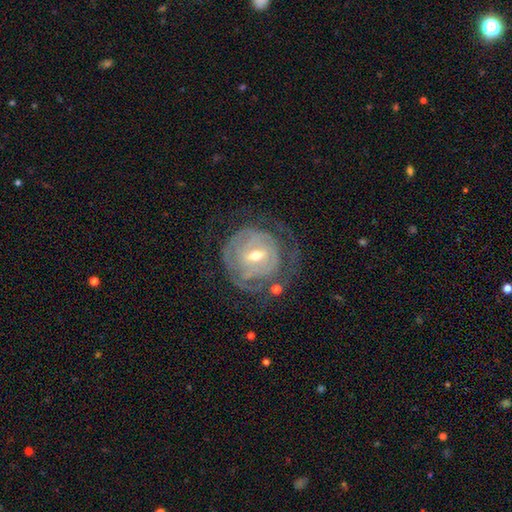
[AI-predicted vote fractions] smooth-or-featured: featured or disk: 80% | smooth: 14% | star or artifact: 6%
  disk-edge-on: no: 96% | yes: 4%
    bar: weak: 52% | no: 25% | strong: 22%
    has-spiral-arms: yes: 79% | no: 21%
      spiral-winding: tight: 70% | medium: 21% | loose: 9%
      spiral-arm-count: can't tell: 49% | 2: 25% | 3: 10% | 1: 8% | 4: 5% | more than 4: 4%
    bulge-size: moderate: 59% | small: 36% | large: 4% | none: 1% | dominant: 1%
  merging: none: 58% | major disturbance: 20% | minor disturbance: 19% | merger: 3%